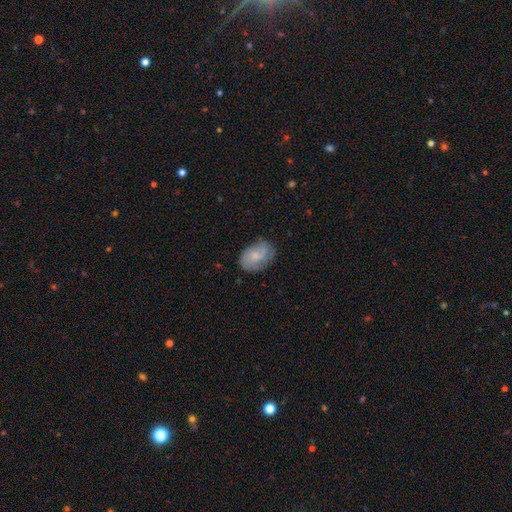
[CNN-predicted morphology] A featured or disk galaxy (51%).

Vote fractions:
- Smooth or featured? featured or disk: 51% / smooth: 42% / star or artifact: 7%
- Edge-on disk? no: 97% / yes: 3%
- Merging? none: 69% / minor disturbance: 22% / major disturbance: 7% / merger: 1%